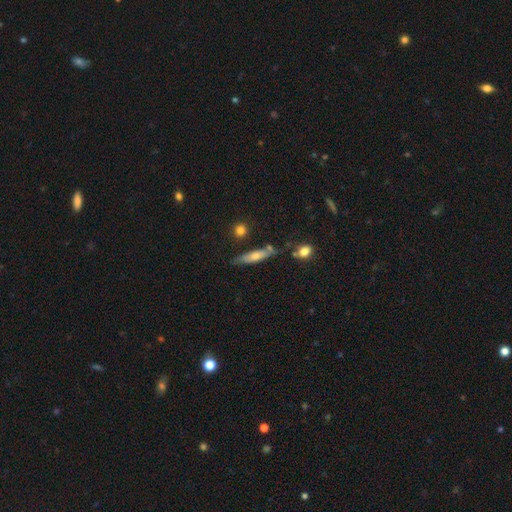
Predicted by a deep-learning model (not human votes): A smooth galaxy with no disk features (53%) that is cigar-shaped (80%). Merging: none (70%).